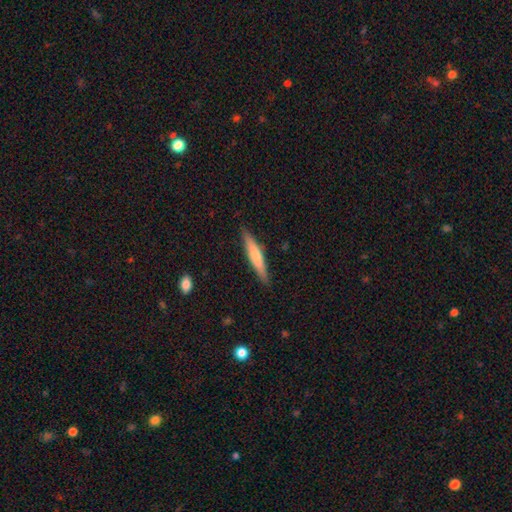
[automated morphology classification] Smooth or featured: smooth — 61% (featured or disk — 34%)
How rounded: cigar-shaped — 91% (in between — 7%)
Merging: none — 89% (minor disturbance — 8%)